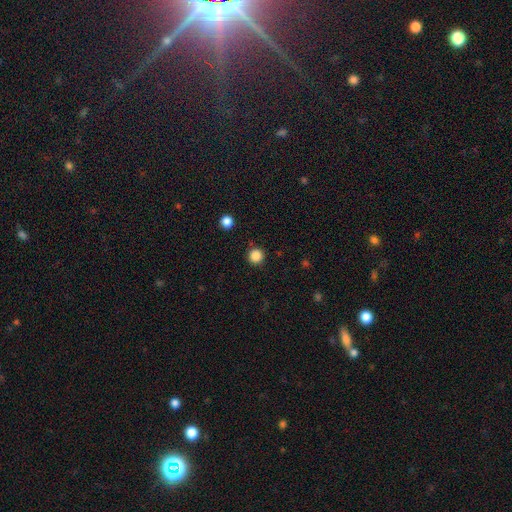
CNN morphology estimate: type=smooth (86%); roundness=round (95%); merging=none (90%).